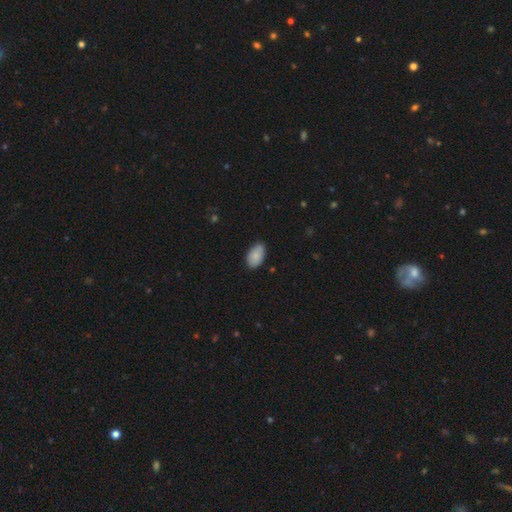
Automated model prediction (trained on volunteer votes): Morphology: type=smooth (87%); roundness=in between (94%); merging=none (83%).